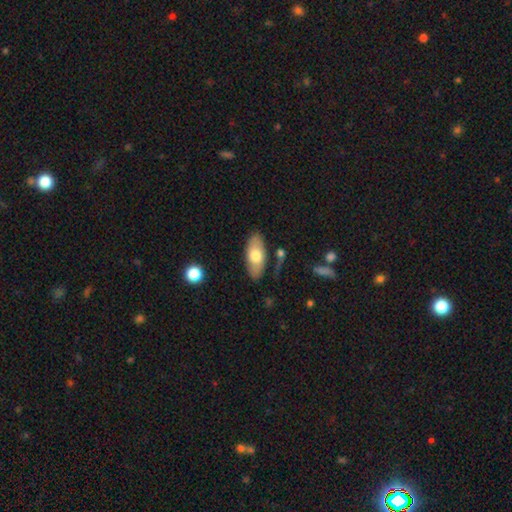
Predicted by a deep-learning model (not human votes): Overall: smooth (69%). How rounded: in between (89%). Merging: none (79%).